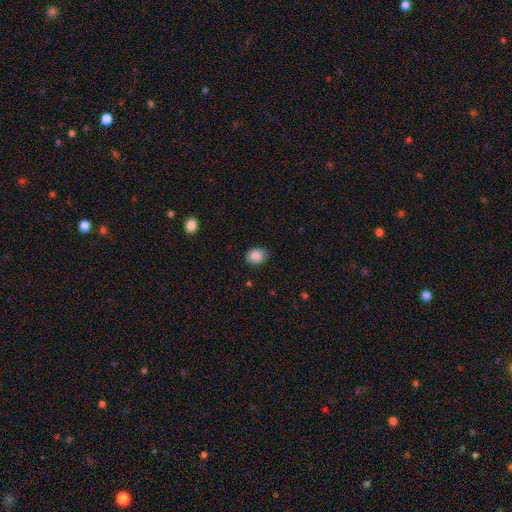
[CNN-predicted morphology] smooth-or-featured: smooth: 87% | star or artifact: 9% | featured or disk: 5%
  how-rounded: round: 50% | in between: 49% | cigar-shaped: 1%
  merging: none: 85% | minor disturbance: 12% | major disturbance: 2% | merger: 1%